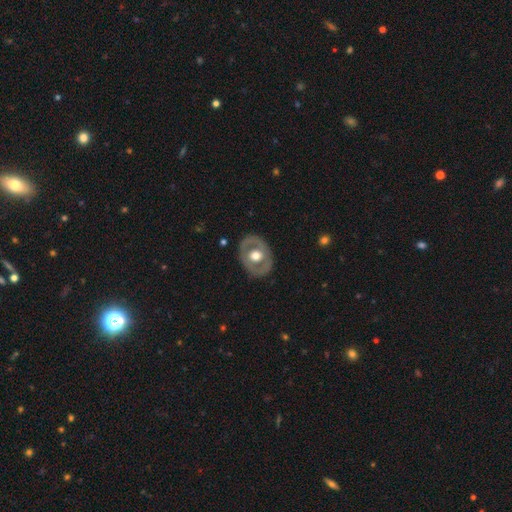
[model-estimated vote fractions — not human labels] Smooth or featured?
  - featured or disk: 61% *
  - smooth: 35%
  - star or artifact: 5%
Edge-on disk?
  - no: 93% *
  - yes: 7%
Bar?
  - no: 82% *
  - weak: 14%
  - strong: 4%
Spiral arms?
  - no: 84% *
  - yes: 16%
Bulge size?
  - moderate: 63% *
  - large: 31%
  - small: 4%
  - dominant: 1%
  - none: 1%
Merging?
  - none: 82% *
  - minor disturbance: 12%
  - major disturbance: 5%
  - merger: 1%